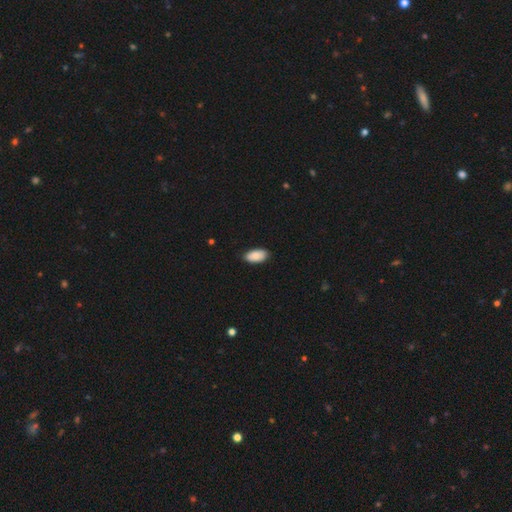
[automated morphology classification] smooth_or_featured: smooth (p=0.88) [alt: star or artifact p=0.06]
how_rounded: in between (p=0.95) [alt: cigar-shaped p=0.03]
merging: none (p=0.86) [alt: minor disturbance p=0.12]